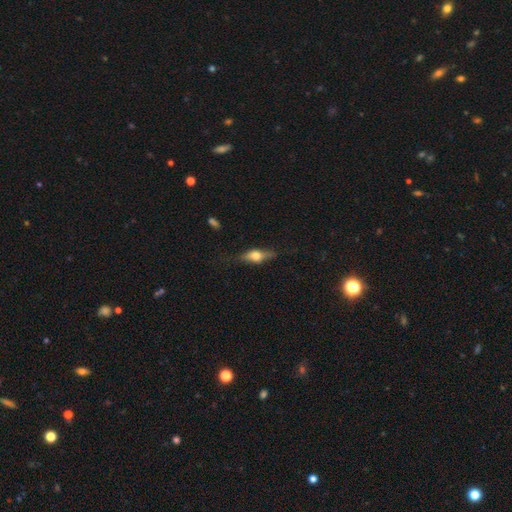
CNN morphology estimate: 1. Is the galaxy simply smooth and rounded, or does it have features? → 50% featured or disk, 43% smooth, 7% star or artifact.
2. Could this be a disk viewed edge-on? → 90% yes, 10% no.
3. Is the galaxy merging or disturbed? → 76% none, 18% minor disturbance, 5% major disturbance, 1% merger.